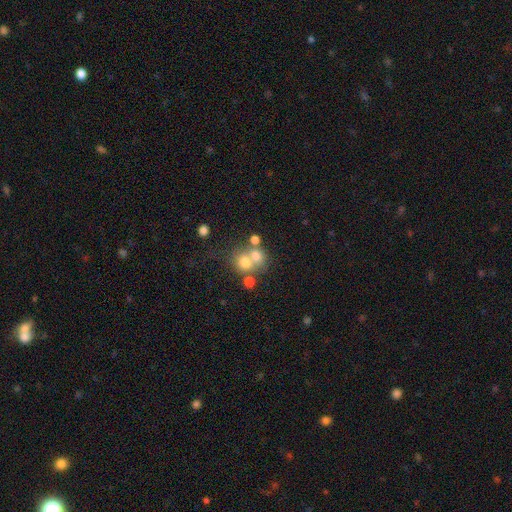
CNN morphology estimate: type=smooth (66%); roundness=round (77%); merging=merger (51%).